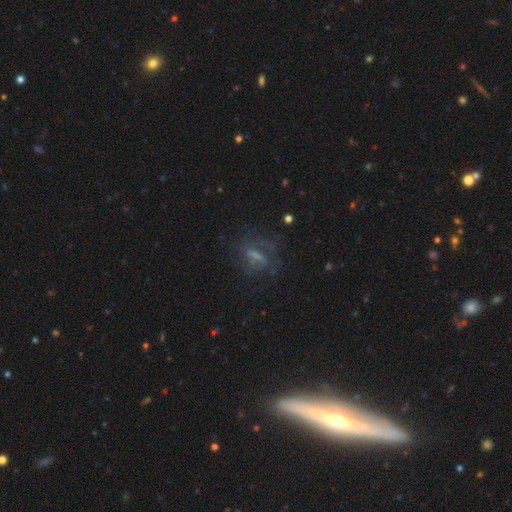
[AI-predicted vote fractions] Morphology: type=featured or disk (48%); merging=none (61%).